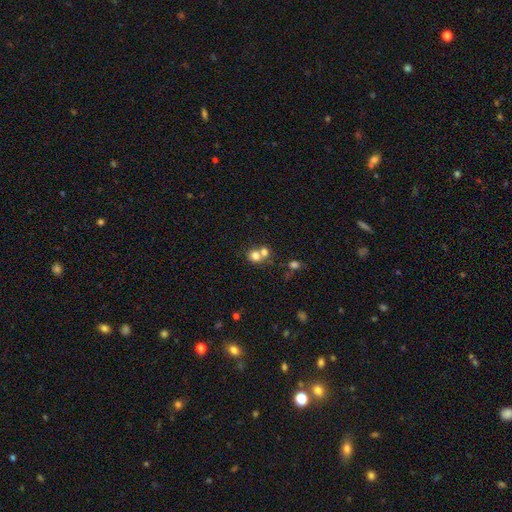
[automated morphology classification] Overall: smooth (73%). How rounded: round (75%). Merging: merger (52%; none 37%).